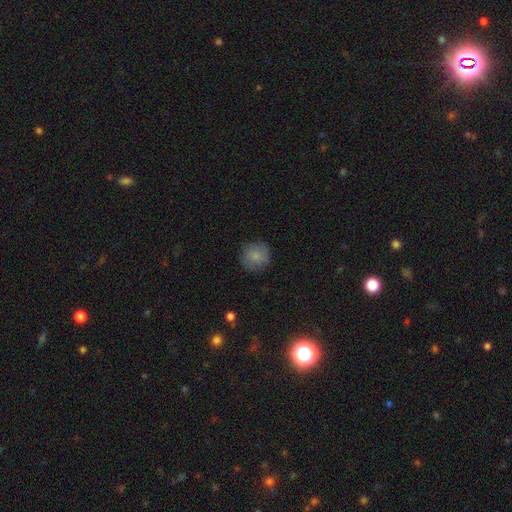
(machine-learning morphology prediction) Smooth or featured?
  - smooth: 81% *
  - featured or disk: 10%
  - star or artifact: 9%
How rounded?
  - round: 91% *
  - in between: 8%
  - cigar-shaped: 1%
Merging?
  - none: 80% *
  - minor disturbance: 14%
  - major disturbance: 4%
  - merger: 1%